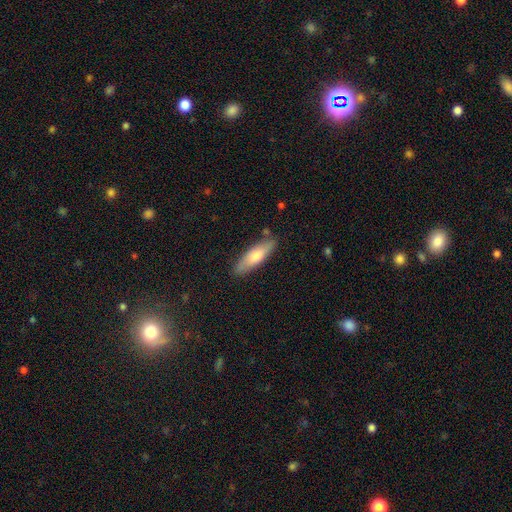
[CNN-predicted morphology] Smooth or featured? Predicted: smooth (p=0.69). How rounded? Predicted: cigar-shaped (p=0.56). Merging? Predicted: none (p=0.84).